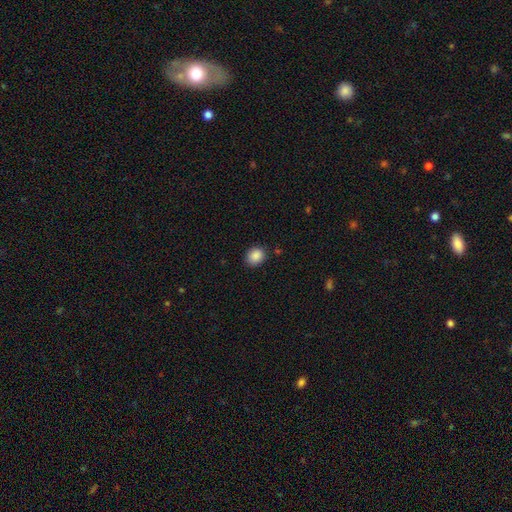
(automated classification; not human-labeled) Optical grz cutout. It shows a smooth galaxy with no disk features (88%) that is round (57%). Merging: none (85%).